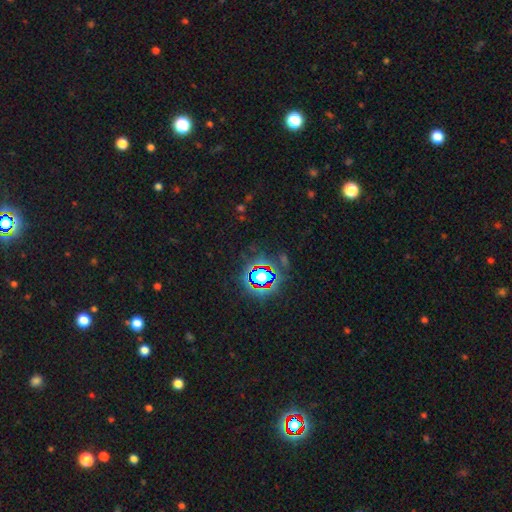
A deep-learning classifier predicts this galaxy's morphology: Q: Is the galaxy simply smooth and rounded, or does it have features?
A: star or artifact — 81%.